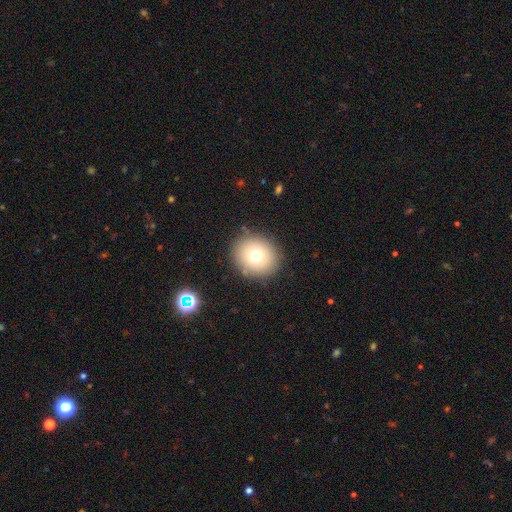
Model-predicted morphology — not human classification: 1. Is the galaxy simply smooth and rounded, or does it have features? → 73% smooth, 15% featured or disk, 12% star or artifact.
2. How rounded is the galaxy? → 80% round, 19% in between, 1% cigar-shaped.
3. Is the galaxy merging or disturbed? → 87% none, 8% minor disturbance, 3% major disturbance, 2% merger.